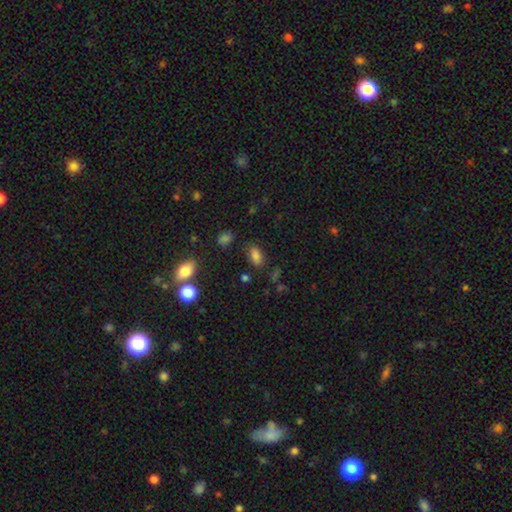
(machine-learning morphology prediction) Overall: smooth (81%). How rounded: in between (90%). Merging: none (79%).